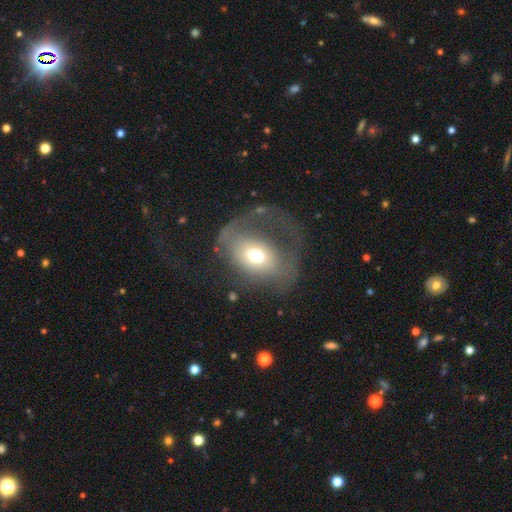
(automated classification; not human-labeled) The model was most divided on "smooth or featured" (2-way tie): featured or disk: 46%, smooth: 46%, star or artifact: 9%. More confident: merging — major disturbance (54%).